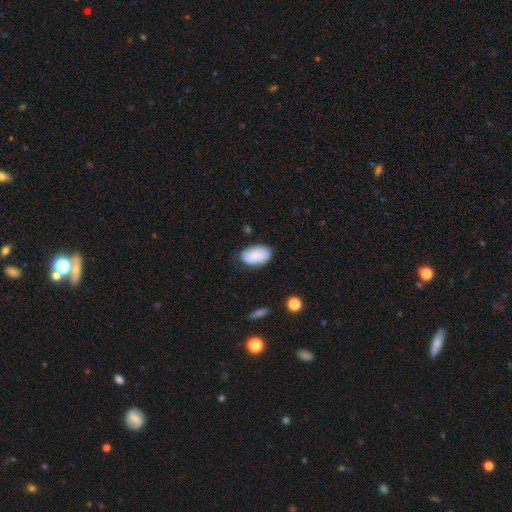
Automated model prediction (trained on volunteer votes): Smooth or featured: smooth — 87% (featured or disk — 7%)
How rounded: in between — 94% (round — 4%)
Merging: none — 77% (minor disturbance — 18%)